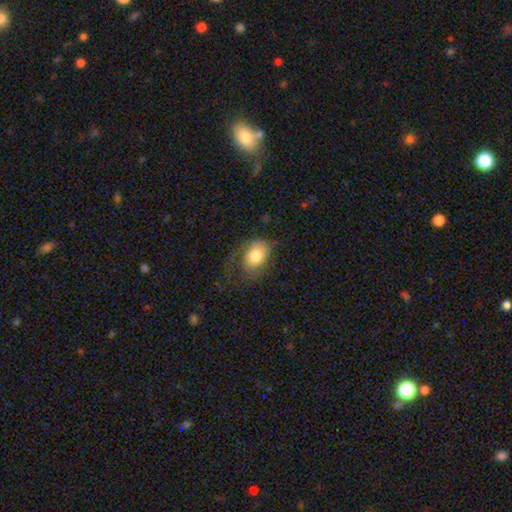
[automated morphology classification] A smooth galaxy with no disk features (75%) that is in between round and cigar-shaped (74%). Merging: none (47%).